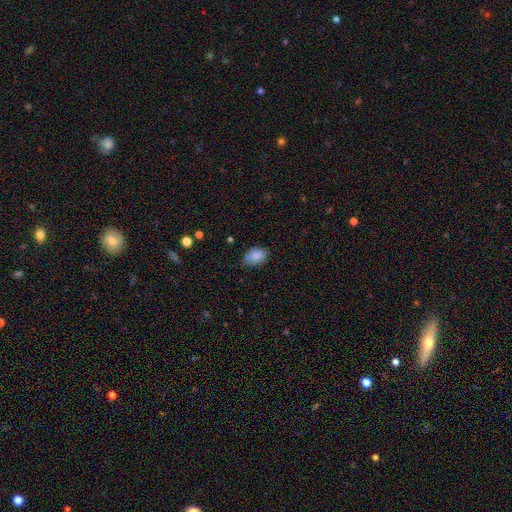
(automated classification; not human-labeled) Overall: smooth (87%). How rounded: in between (88%). Merging: none (75%).